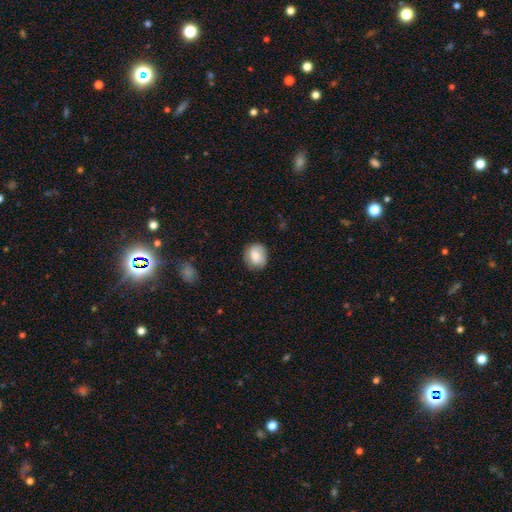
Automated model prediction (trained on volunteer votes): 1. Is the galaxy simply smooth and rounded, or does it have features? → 75% smooth, 17% featured or disk, 8% star or artifact.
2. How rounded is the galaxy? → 74% round, 25% in between, 1% cigar-shaped.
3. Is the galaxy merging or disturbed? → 78% none, 17% minor disturbance, 4% major disturbance, 1% merger.